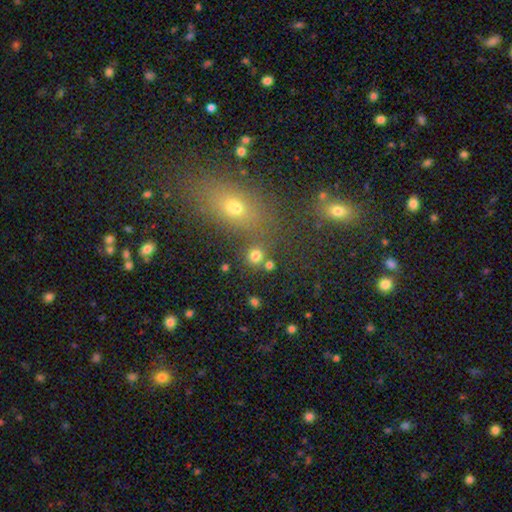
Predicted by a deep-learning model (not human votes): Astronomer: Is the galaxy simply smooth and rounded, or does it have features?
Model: smooth — 77%.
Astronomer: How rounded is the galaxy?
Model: round — 86%.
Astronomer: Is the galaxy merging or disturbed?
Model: none — 74%.